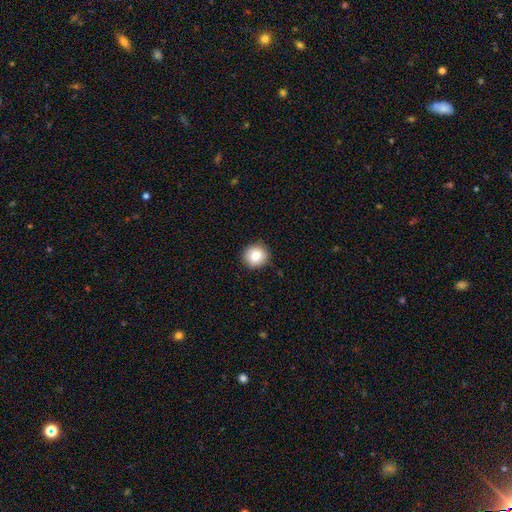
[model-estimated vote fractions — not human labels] smooth 82%, star or artifact 9%, featured or disk 9%. Down the decision tree: how rounded — round (92%); merging — none (90%).